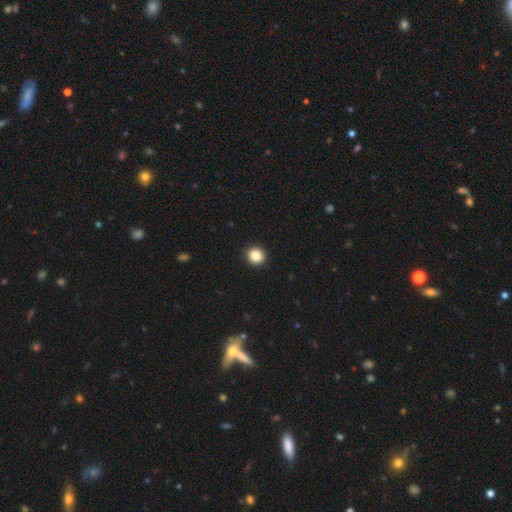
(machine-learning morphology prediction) A smooth galaxy with no disk features (86%) that is round (92%).

Vote fractions:
- Smooth or featured? smooth: 86% / star or artifact: 10% / featured or disk: 4%
- How rounded? round: 92% / in between: 7% / cigar-shaped: 1%
- Merging? none: 93% / minor disturbance: 5% / major disturbance: 1% / merger: 1%